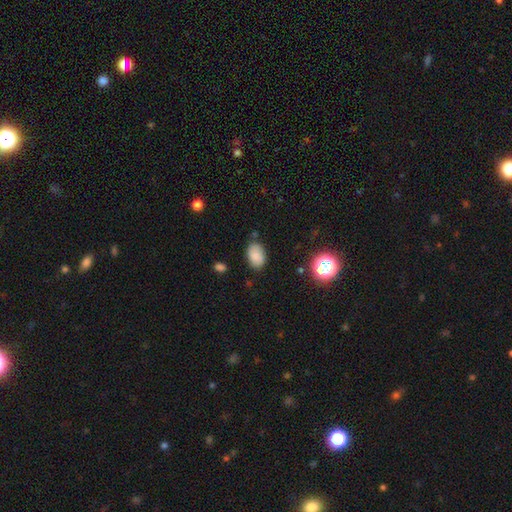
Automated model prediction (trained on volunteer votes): smooth-or-featured: smooth: 84% | star or artifact: 10% | featured or disk: 6%
  how-rounded: in between: 87% | round: 12% | cigar-shaped: 1%
  merging: none: 77% | minor disturbance: 17% | major disturbance: 4% | merger: 3%